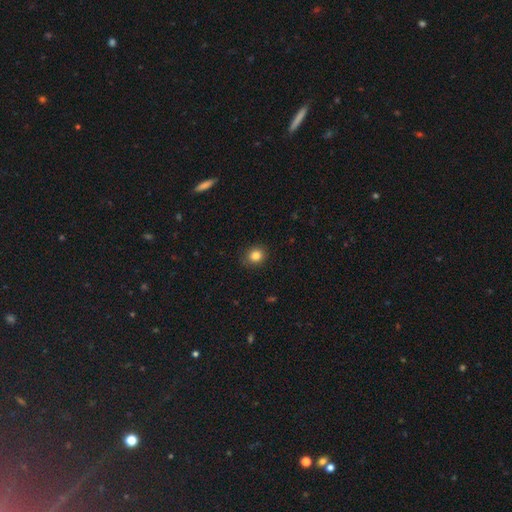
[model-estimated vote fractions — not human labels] Smooth or featured? Predicted: smooth (p=0.83). How rounded? Predicted: round (p=0.80). Merging? Predicted: none (p=0.87).